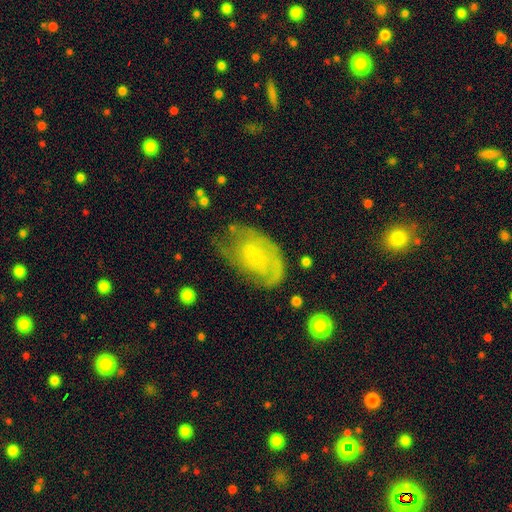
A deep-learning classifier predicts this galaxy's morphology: Smooth or featured: featured or disk — 64% (smooth — 27%)
Edge-on disk: no — 96% (yes — 4%)
Bar: no — 76% (weak — 21%)
Spiral arms: yes — 79% (no — 21%)
Bulge size: small — 43% (none — 36%)
Merging: none — 54% (minor disturbance — 25%)